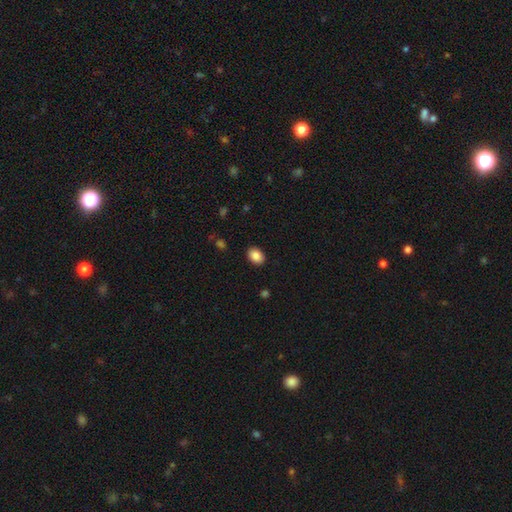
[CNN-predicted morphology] This is clearly a smooth galaxy (88%). How rounded: likely in between (75%). Merging: clearly none (89%).